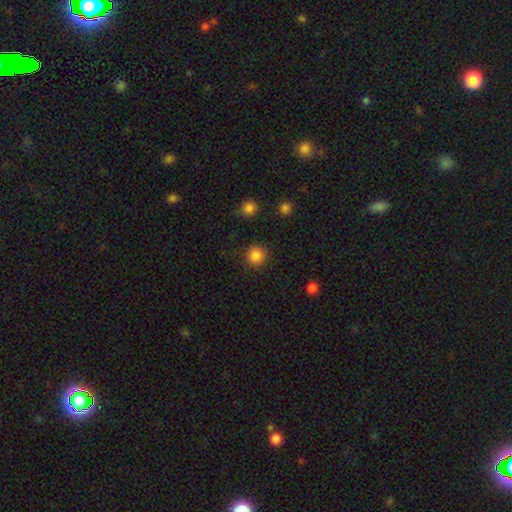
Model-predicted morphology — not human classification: This is clearly a smooth galaxy (85%). How rounded: clearly round (93%). Merging: clearly none (89%).